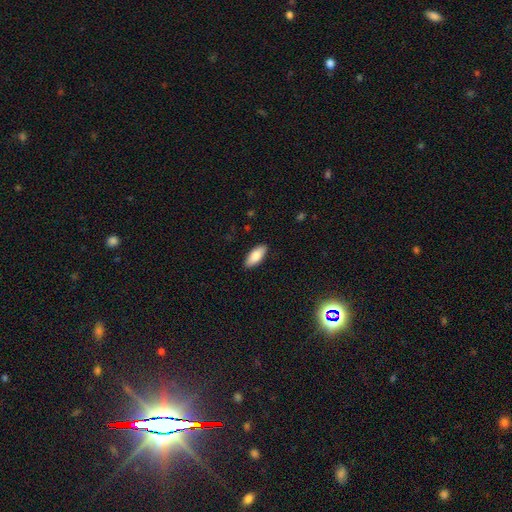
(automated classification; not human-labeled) Overall: smooth (83%). How rounded: in between (85%). Merging: none (89%).